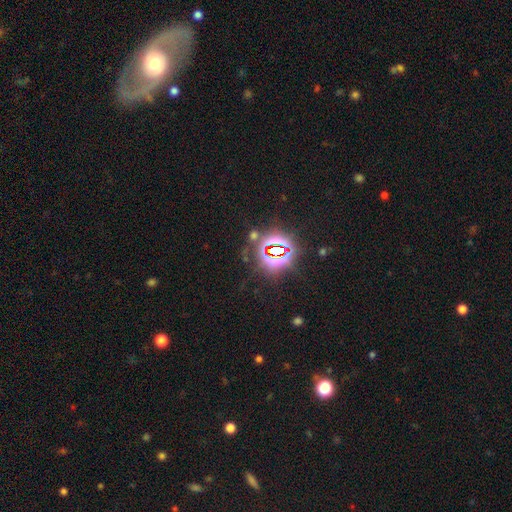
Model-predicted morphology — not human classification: Q: Smooth or featured?
A: star or artifact (76%); runner-up: featured or disk (12%)